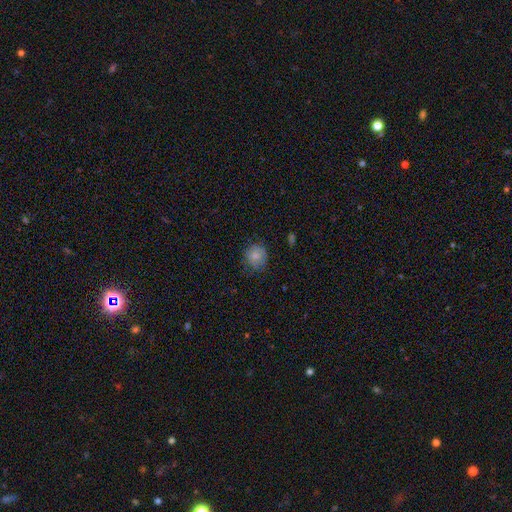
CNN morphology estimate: Q: Smooth or featured?
A: smooth (79%); runner-up: featured or disk (13%)
Q: How rounded?
A: round (86%); runner-up: in between (13%)
Q: Merging?
A: none (73%); runner-up: minor disturbance (21%)